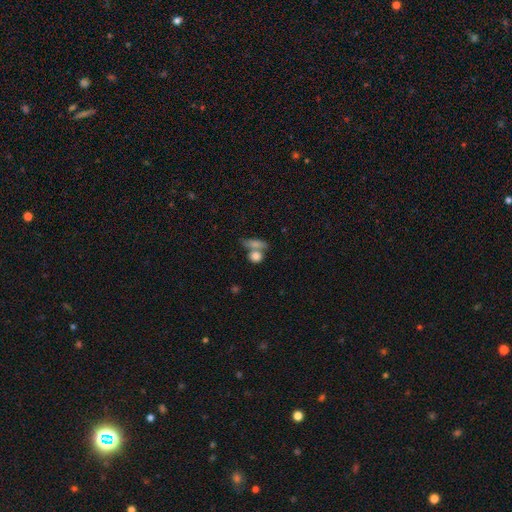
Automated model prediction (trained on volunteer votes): Smooth or featured? Predicted: smooth (p=0.80). How rounded? Predicted: round (p=0.57). Merging? Predicted: merger (p=0.42, tied with none).